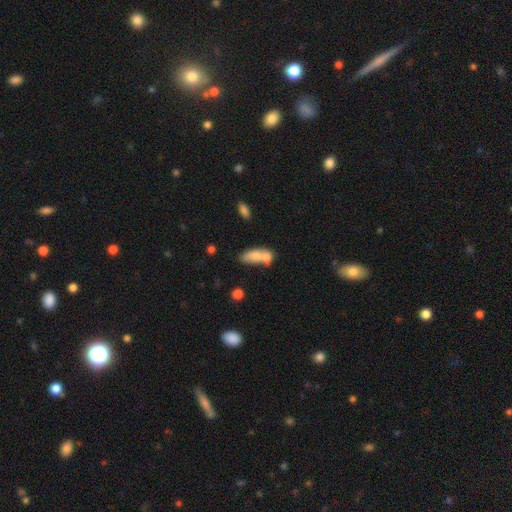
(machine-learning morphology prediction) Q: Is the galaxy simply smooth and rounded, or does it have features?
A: smooth — 72%.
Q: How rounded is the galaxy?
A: in between — 79%.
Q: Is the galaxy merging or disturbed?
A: merger — 55%.